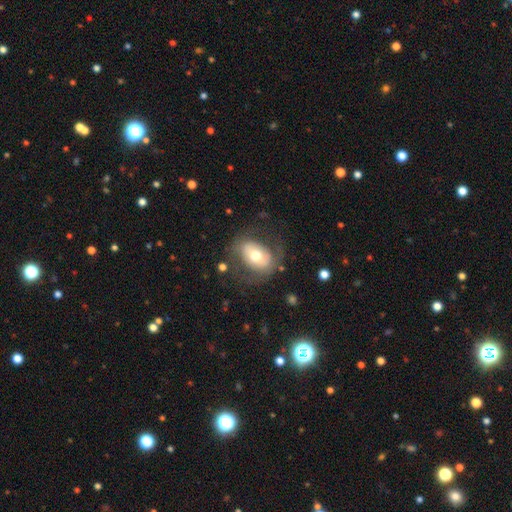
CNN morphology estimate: This appears to be a smooth galaxy with no disk features (48%). Merging: none (64%).